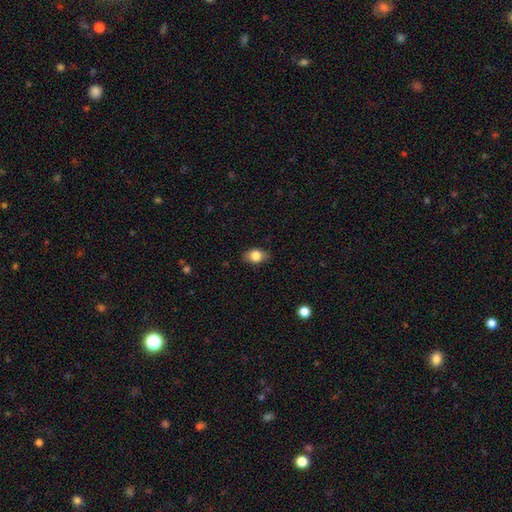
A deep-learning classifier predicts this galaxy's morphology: A smooth galaxy with no disk features (82%) that is in between round and cigar-shaped (76%). Merging: none (81%).